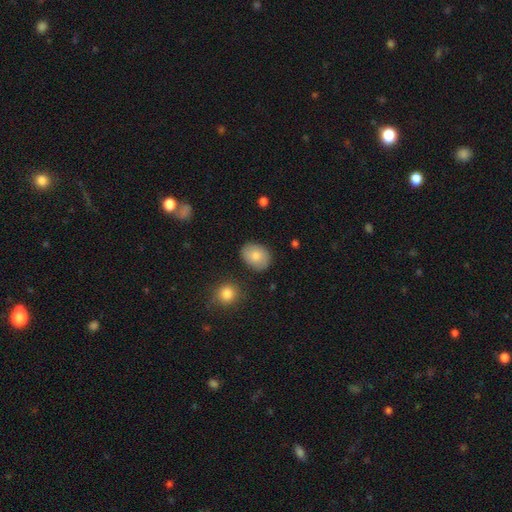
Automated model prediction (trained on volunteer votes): smooth_or_featured: smooth (p=0.81) [alt: featured or disk p=0.12]
how_rounded: in between (p=0.68) [alt: round p=0.31]
merging: none (p=0.83) [alt: minor disturbance p=0.12]